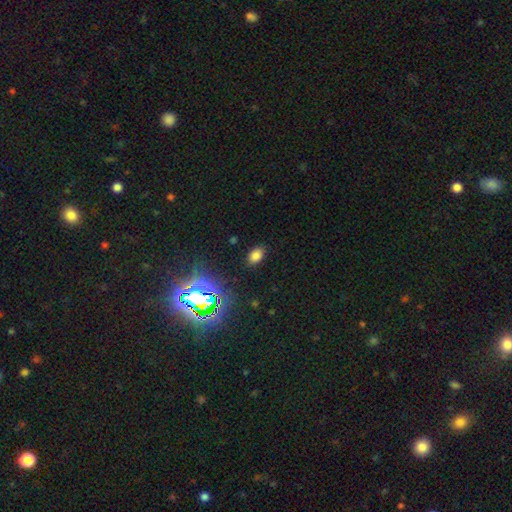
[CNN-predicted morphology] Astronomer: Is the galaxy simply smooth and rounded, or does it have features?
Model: smooth — 73%.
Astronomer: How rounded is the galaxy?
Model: in between — 84%.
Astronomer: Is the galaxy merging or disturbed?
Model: none — 86%.